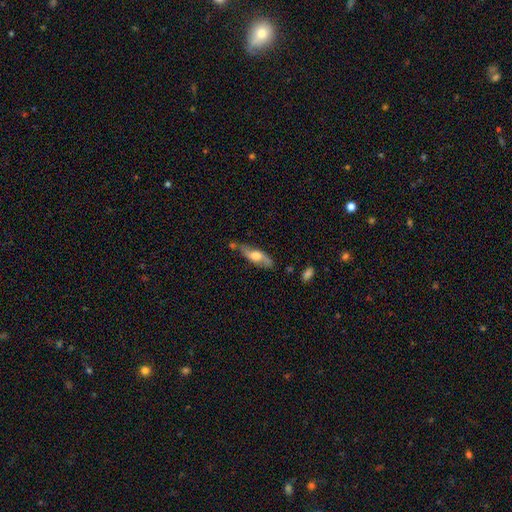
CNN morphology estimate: smooth_or_featured: featured or disk (p=0.59) [alt: smooth p=0.35]
disk_edge_on: no (p=0.56) [alt: yes p=0.44]
merging: none (p=0.65) [alt: minor disturbance p=0.22]